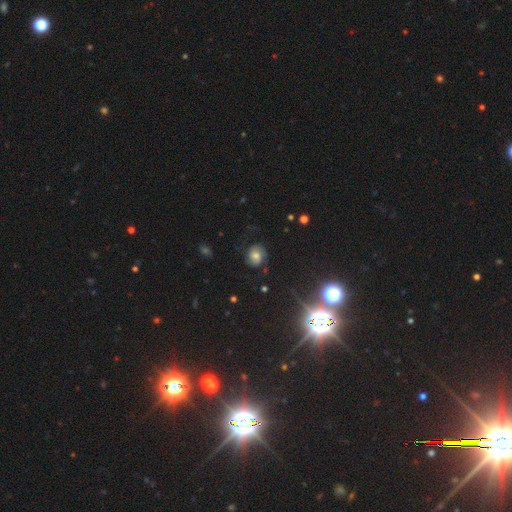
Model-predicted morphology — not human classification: featured or disk 49%, smooth 33%, star or artifact 18%. Down the decision tree: merging — none (72%).